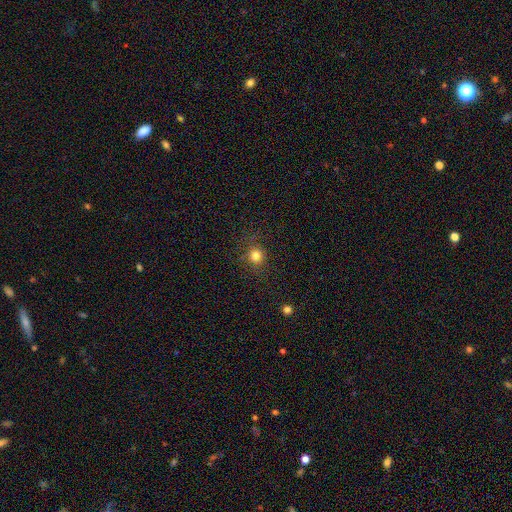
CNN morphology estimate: This is likely a smooth galaxy (79%). How rounded: clearly round (88%). Merging: clearly none (84%).